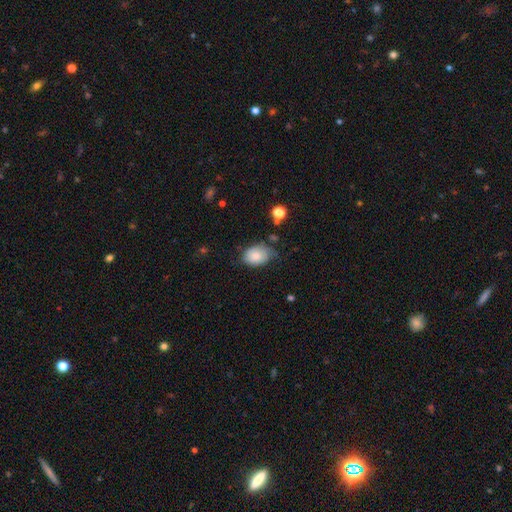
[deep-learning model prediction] Smooth or featured? Predicted: smooth (p=0.82). How rounded? Predicted: in between (p=0.78). Merging? Predicted: none (p=0.53).